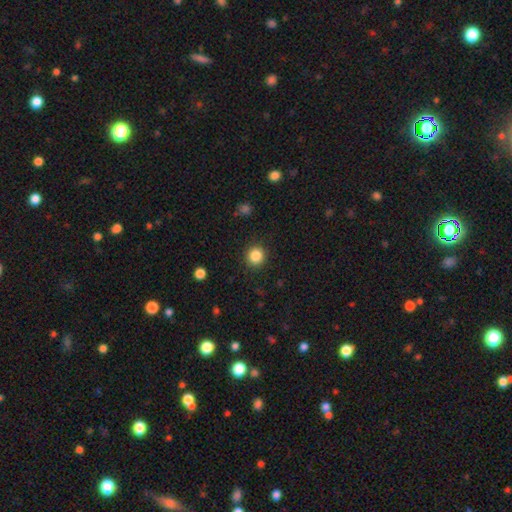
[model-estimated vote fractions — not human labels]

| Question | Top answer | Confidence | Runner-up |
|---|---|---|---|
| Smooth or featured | smooth | 85% | star or artifact (11%) |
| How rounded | round | 92% | in between (7%) |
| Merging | none | 91% | minor disturbance (6%) |